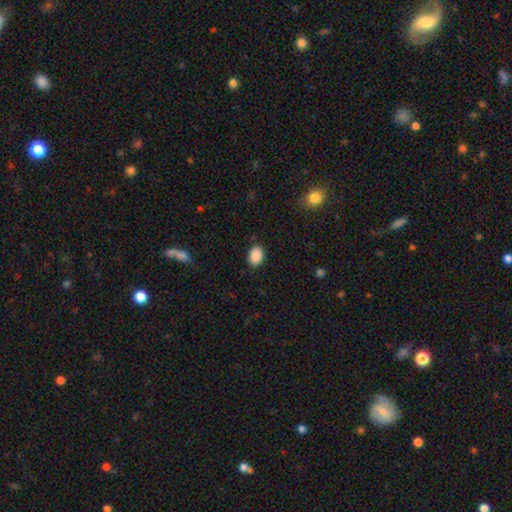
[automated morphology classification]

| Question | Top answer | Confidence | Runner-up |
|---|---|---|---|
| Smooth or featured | smooth | 90% | star or artifact (7%) |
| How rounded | in between | 83% | round (16%) |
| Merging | none | 87% | minor disturbance (9%) |